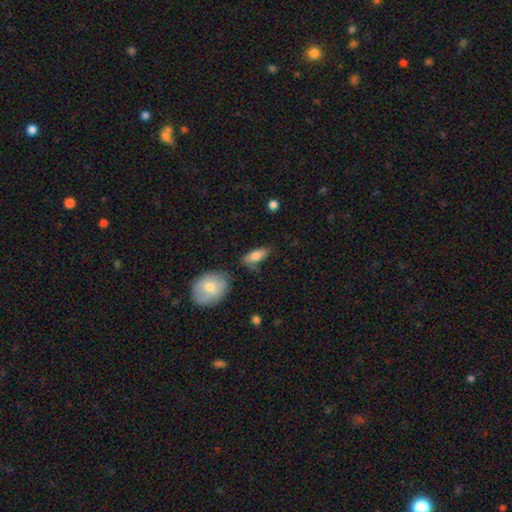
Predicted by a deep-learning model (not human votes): Smooth or featured: smooth — 76% (featured or disk — 16%)
How rounded: in between — 77% (cigar-shaped — 19%)
Merging: none — 59% (minor disturbance — 26%)